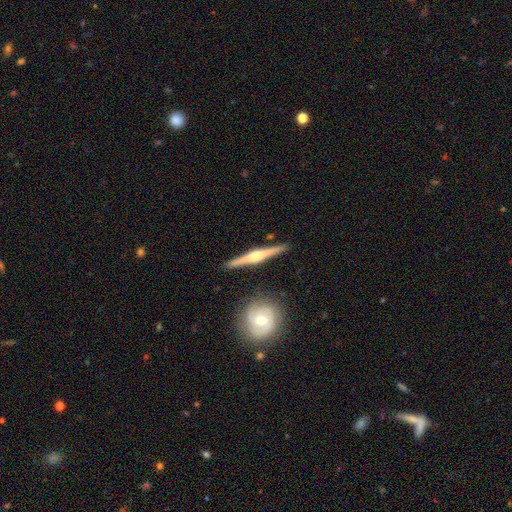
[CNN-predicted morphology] smooth-or-featured: featured or disk: 79% | smooth: 17% | star or artifact: 4%
  disk-edge-on: yes: 98% | no: 2%
    edge-on-bulge: rounded: 79% | boxy: 14% | none: 7%
  merging: none: 89% | minor disturbance: 7% | merger: 2% | major disturbance: 2%